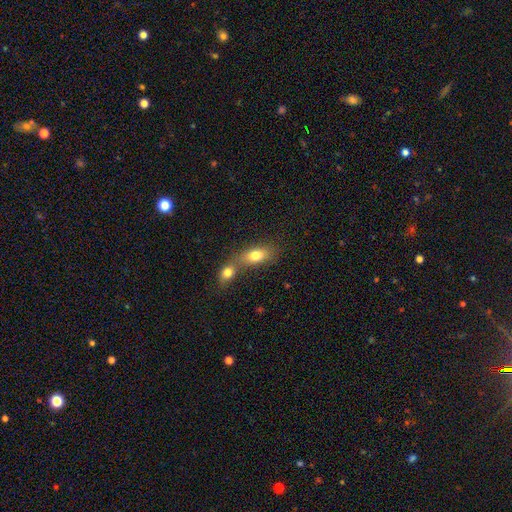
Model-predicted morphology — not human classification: The model was most divided on "merging": merger: 55%, none: 33%, minor disturbance: 8%, major disturbance: 4%. More confident: how rounded — in between (77%); smooth or featured — smooth (76%).